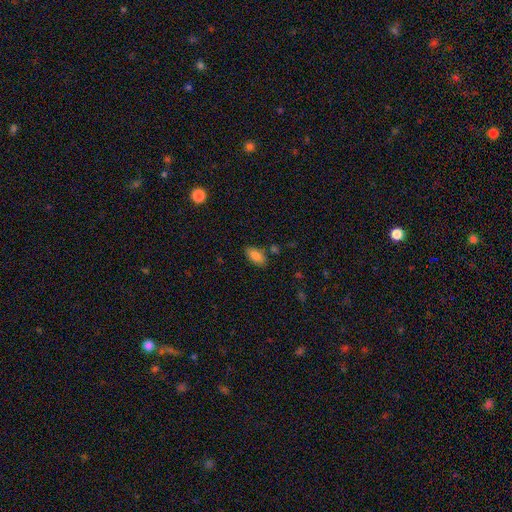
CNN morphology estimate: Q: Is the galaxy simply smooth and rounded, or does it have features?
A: smooth — 84%.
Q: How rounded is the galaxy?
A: in between — 91%.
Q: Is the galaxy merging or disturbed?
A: none — 81%.